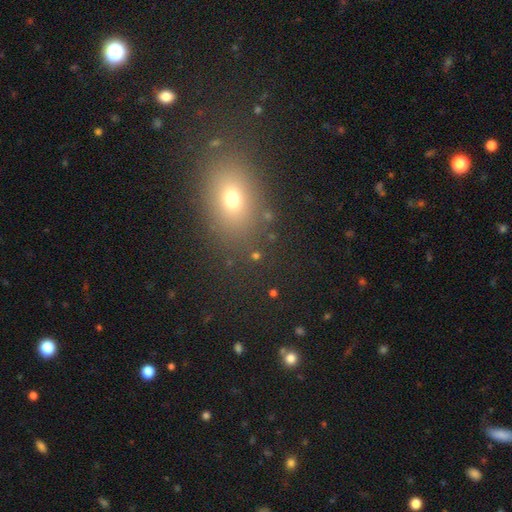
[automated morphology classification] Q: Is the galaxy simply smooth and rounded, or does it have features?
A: smooth — 62%.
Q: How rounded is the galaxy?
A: round — 52%.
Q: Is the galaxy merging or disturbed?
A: none — 80%.